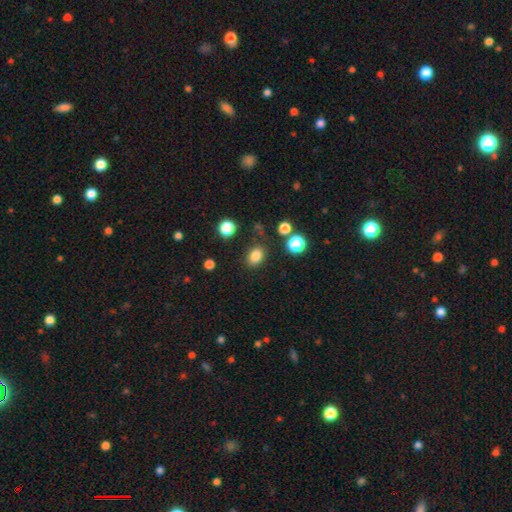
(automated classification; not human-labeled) The model was most divided on "how rounded": in between: 66%, round: 33%, cigar-shaped: 1%. More confident: smooth or featured — smooth (82%); merging — none (79%).